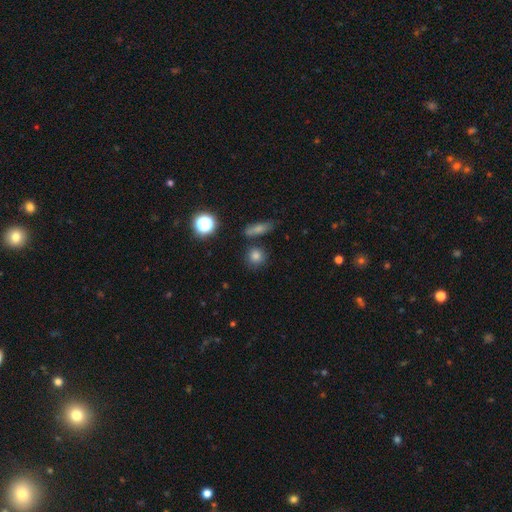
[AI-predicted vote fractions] A smooth galaxy with no disk features (77%) that is round (85%). Merging: none (79%).